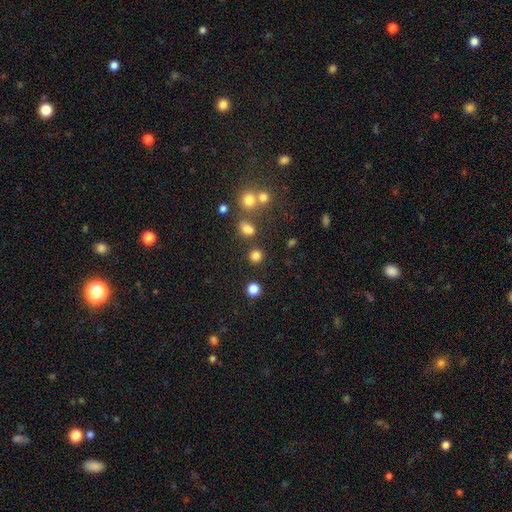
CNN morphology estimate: Overall: smooth (79%). How rounded: round (85%). Merging: none (78%).